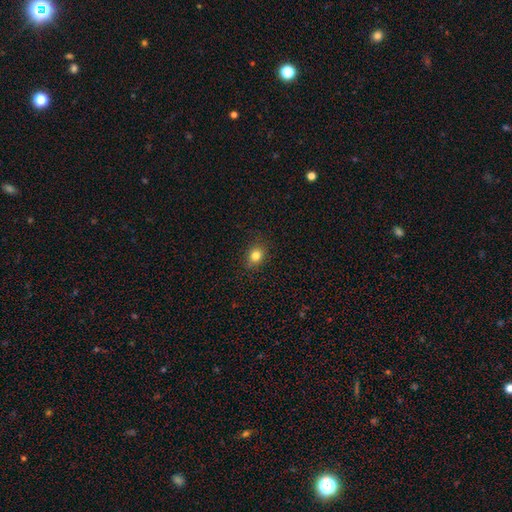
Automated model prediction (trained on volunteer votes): A smooth galaxy with no disk features (82%) that is round (54%). Merging: none (87%).